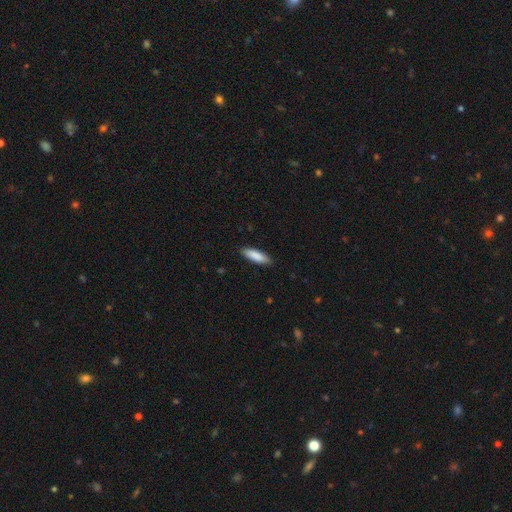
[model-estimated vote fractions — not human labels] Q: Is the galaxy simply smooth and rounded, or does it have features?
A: smooth — 88%.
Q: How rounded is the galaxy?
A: cigar-shaped — 55%.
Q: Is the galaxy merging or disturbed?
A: none — 88%.